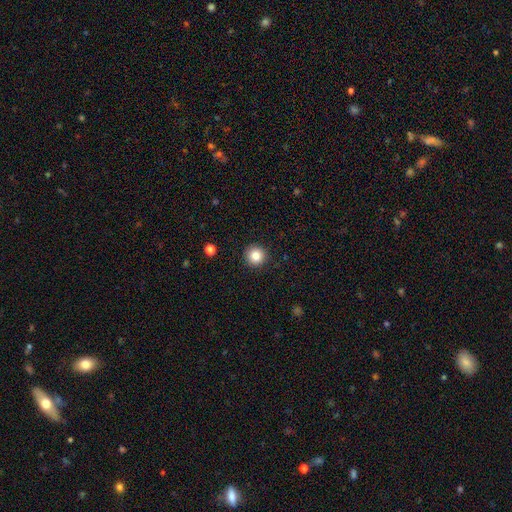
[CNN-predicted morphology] The model was most divided on "smooth or featured": smooth: 83%, star or artifact: 10%, featured or disk: 6%. More confident: how rounded — round (96%); merging — none (92%).